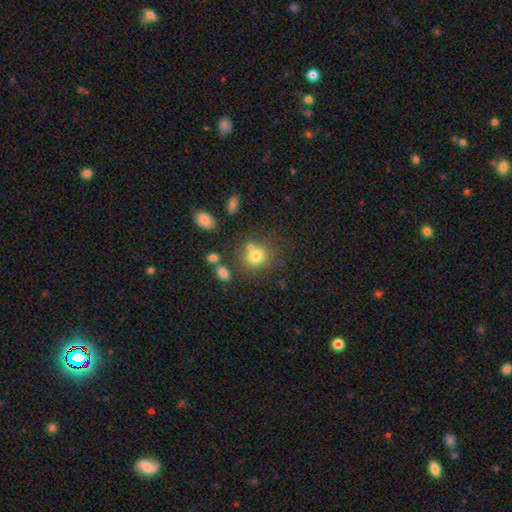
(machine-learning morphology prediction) Overall: smooth (77%). How rounded: round (76%). Merging: none (64%).